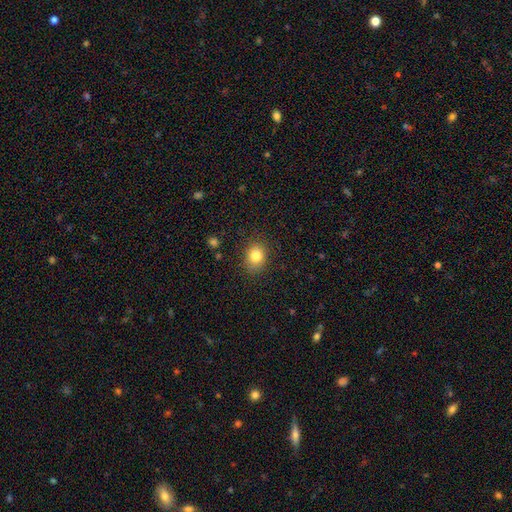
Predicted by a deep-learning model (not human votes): smooth-or-featured: smooth: 82% | star or artifact: 11% | featured or disk: 7%
  how-rounded: round: 53% | in between: 46% | cigar-shaped: 1%
  merging: none: 84% | minor disturbance: 11% | major disturbance: 3% | merger: 1%